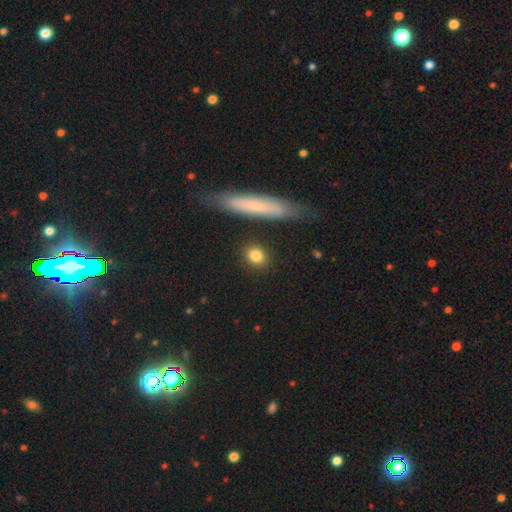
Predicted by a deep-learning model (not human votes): The model was most divided on "how rounded": round: 67%, in between: 27%, cigar-shaped: 6%. More confident: merging — none (88%); smooth or featured — smooth (84%).